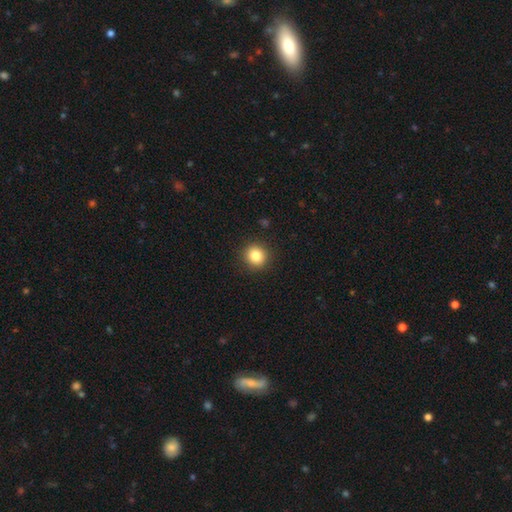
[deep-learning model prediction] Smooth or featured?
  - smooth: 84% *
  - star or artifact: 10%
  - featured or disk: 6%
How rounded?
  - round: 90% *
  - in between: 9%
  - cigar-shaped: 1%
Merging?
  - none: 91% *
  - minor disturbance: 6%
  - major disturbance: 2%
  - merger: 1%